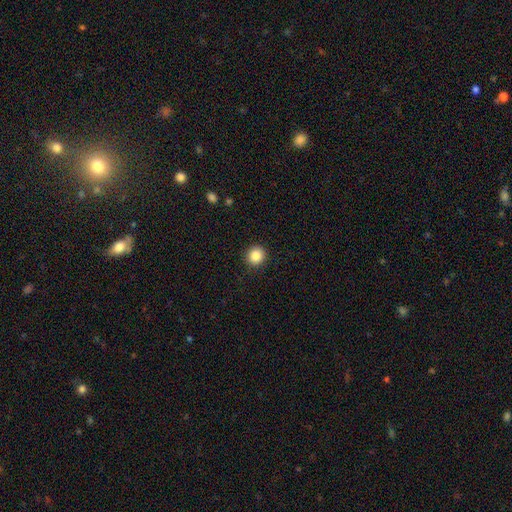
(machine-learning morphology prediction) A smooth galaxy with no disk features (86%) that is round (92%).

Vote fractions:
- Smooth or featured? smooth: 86% / star or artifact: 10% / featured or disk: 4%
- How rounded? round: 92% / in between: 7% / cigar-shaped: 1%
- Merging? none: 92% / minor disturbance: 5% / major disturbance: 2% / merger: 1%